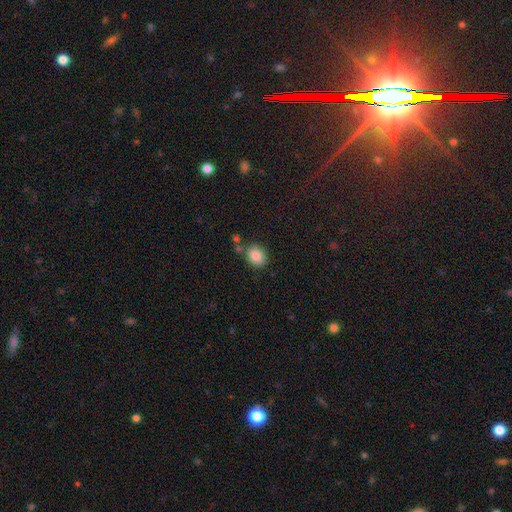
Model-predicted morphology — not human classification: A smooth galaxy with no disk features (85%) that is round (51%). Merging: none (76%).